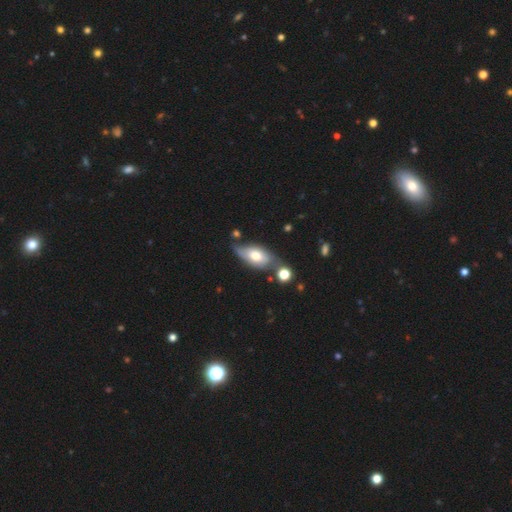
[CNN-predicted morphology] smooth 59%, featured or disk 35%, star or artifact 7%. Down the decision tree: how rounded — in between (88%); merging — none (51%).